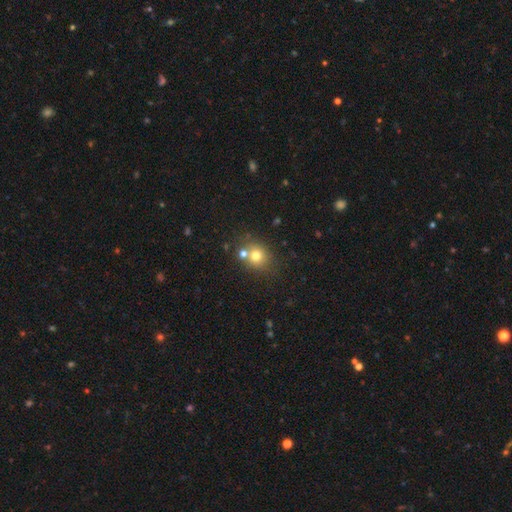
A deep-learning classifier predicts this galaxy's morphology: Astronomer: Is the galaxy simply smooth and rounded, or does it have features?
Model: smooth — 72%.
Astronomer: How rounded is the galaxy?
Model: round — 75%.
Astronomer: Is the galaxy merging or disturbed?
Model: none — 61%.